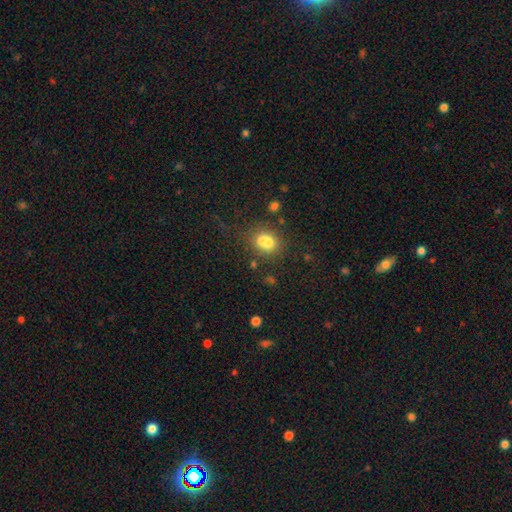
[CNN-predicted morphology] Overall: smooth (70%). How rounded: round (67%; in between 32%). Merging: none (80%).